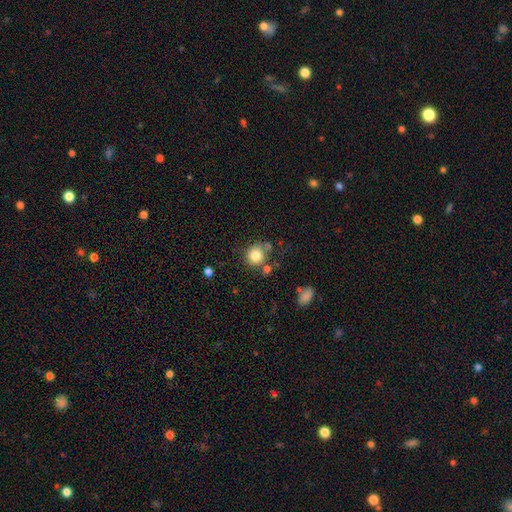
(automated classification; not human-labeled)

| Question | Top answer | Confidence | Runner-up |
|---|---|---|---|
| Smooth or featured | smooth | 82% | star or artifact (10%) |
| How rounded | round | 87% | in between (12%) |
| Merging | none | 66% | minor disturbance (16%) |